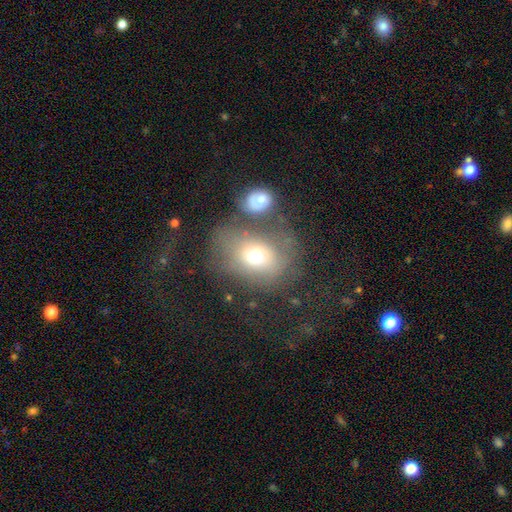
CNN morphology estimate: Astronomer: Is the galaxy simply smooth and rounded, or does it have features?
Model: smooth — 66%.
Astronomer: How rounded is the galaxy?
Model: in between — 50% (runner-up: round, 48%).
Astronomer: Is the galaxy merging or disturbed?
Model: none — 45%.